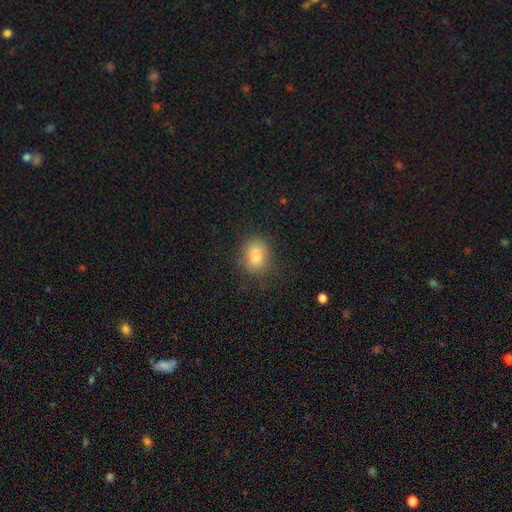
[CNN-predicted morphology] Overall: smooth (79%). How rounded: in between (57%; round 41%). Merging: none (74%).